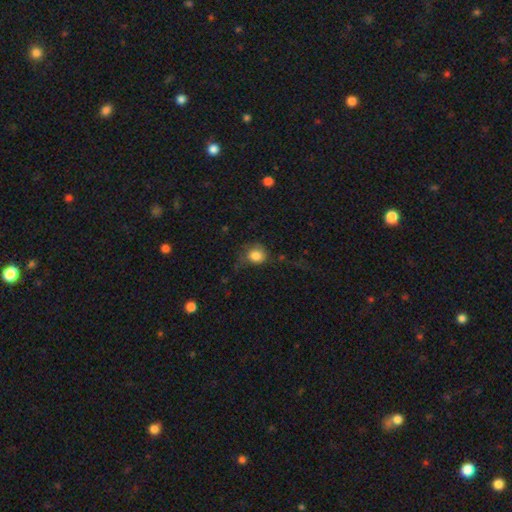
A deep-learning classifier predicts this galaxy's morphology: smooth 83%, star or artifact 9%, featured or disk 9%. Down the decision tree: how rounded — round (75%); merging — none (49%).